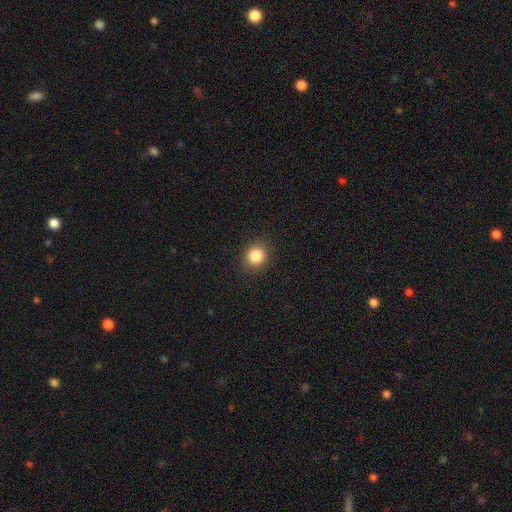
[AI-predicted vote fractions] smooth-or-featured: smooth: 86% | star or artifact: 10% | featured or disk: 4%
  how-rounded: round: 85% | in between: 14% | cigar-shaped: 1%
  merging: none: 90% | minor disturbance: 7% | major disturbance: 2% | merger: 1%